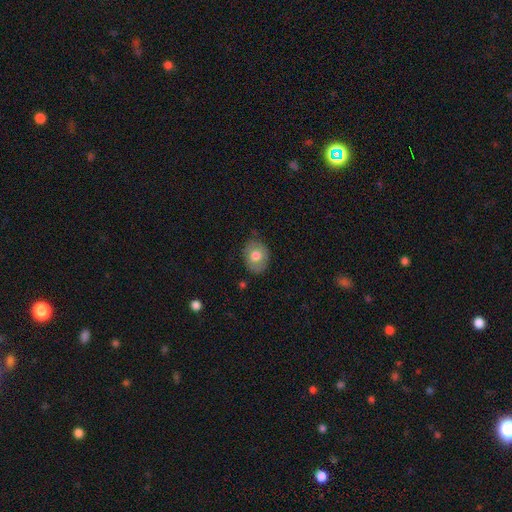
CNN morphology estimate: Smooth or featured: smooth — 73% (featured or disk — 20%)
How rounded: in between — 60% (round — 39%)
Merging: none — 80% (minor disturbance — 15%)